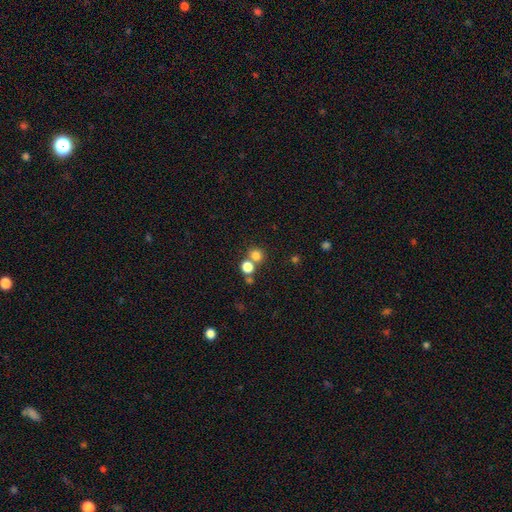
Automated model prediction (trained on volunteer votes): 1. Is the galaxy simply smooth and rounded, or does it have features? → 77% smooth, 16% star or artifact, 7% featured or disk.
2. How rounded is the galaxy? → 87% round, 12% in between, 1% cigar-shaped.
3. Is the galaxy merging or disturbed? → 60% none, 30% merger, 6% minor disturbance, 3% major disturbance.